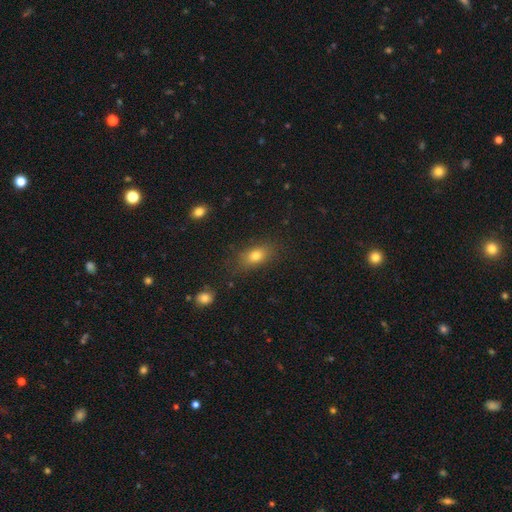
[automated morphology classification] The model was most divided on "how rounded": in between: 78%, round: 16%, cigar-shaped: 6%. More confident: merging — none (79%); smooth or featured — smooth (77%).